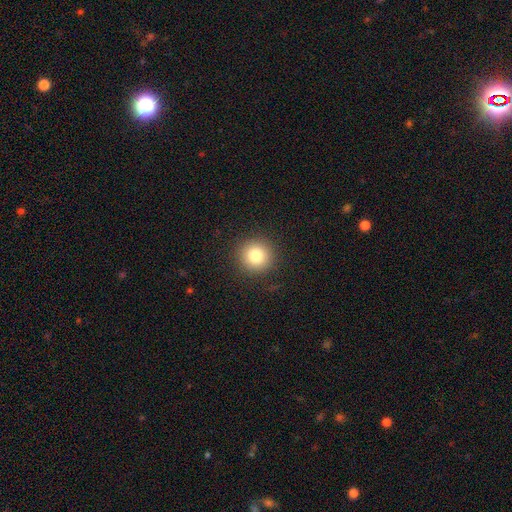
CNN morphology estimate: Overall: smooth (81%). How rounded: round (95%). Merging: none (91%).